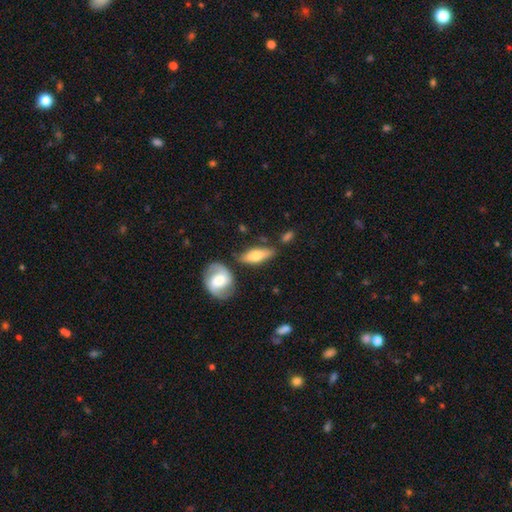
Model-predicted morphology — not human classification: Q: Smooth or featured?
A: smooth (54%); runner-up: featured or disk (40%)
Q: How rounded?
A: in between (61%); runner-up: cigar-shaped (34%)
Q: Merging?
A: none (74%); runner-up: minor disturbance (15%)